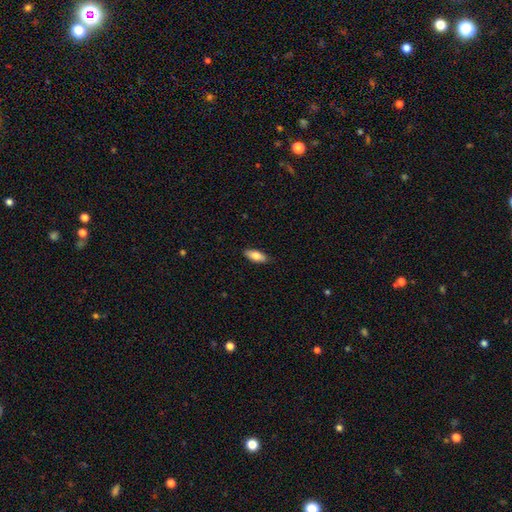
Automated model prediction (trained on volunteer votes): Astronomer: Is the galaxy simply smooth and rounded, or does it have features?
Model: smooth — 78%.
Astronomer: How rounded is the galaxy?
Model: in between — 81%.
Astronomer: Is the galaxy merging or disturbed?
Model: none — 87%.